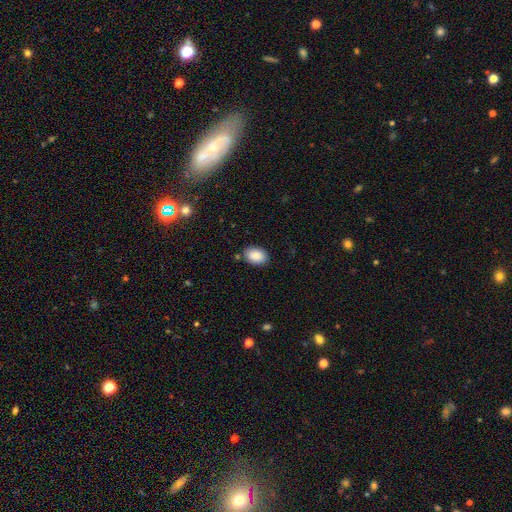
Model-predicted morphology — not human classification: smooth-or-featured: smooth: 88% | star or artifact: 7% | featured or disk: 5%
  how-rounded: in between: 86% | round: 13% | cigar-shaped: 1%
  merging: none: 85% | minor disturbance: 10% | merger: 2% | major disturbance: 2%